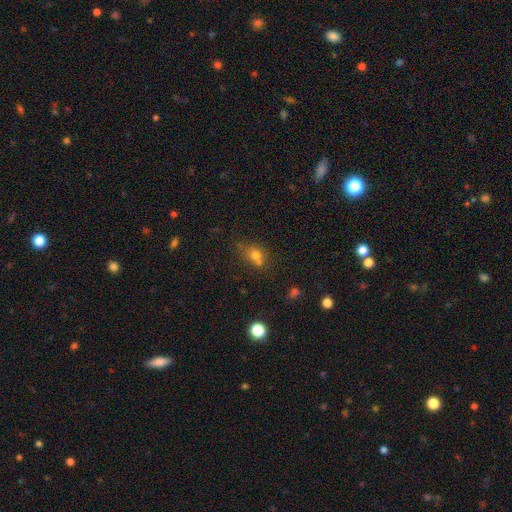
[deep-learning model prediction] Overall: smooth (72%). How rounded: round (58%; in between 40%). Merging: none (48%; merger 28%).